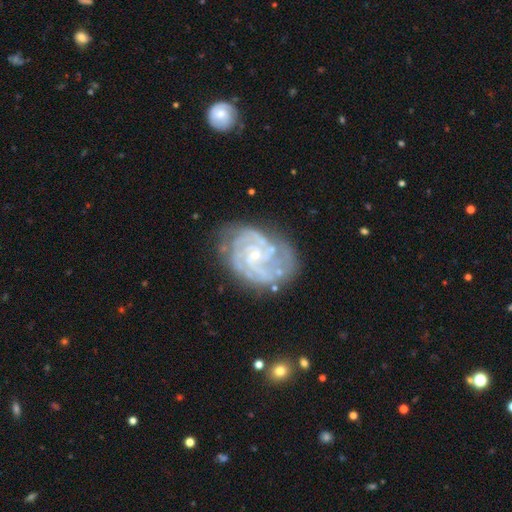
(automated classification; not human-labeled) This is clearly a featured or disk galaxy (89%). It is clearly not viewed edge-on (98%). Bar: likely no (63%). Spiral arm pattern: clearly yes (97%). Spiral arm count: marginally 3 (29%). Spiral winding: likely tight (64%). Central bulge: likely small (78%). Merging: likely none (68%).